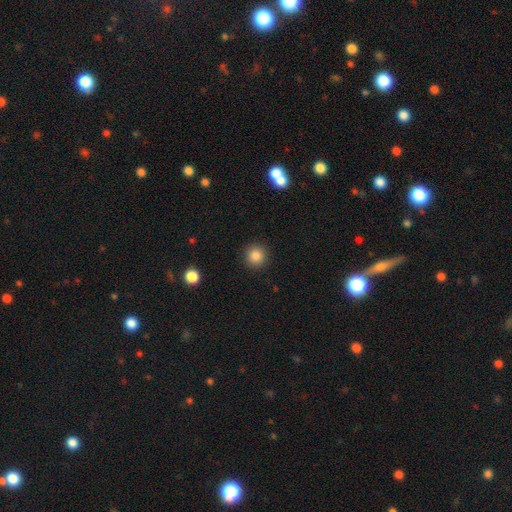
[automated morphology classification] Smooth or featured? smooth (85%)
How rounded? round (94%)
Merging? none (92%)